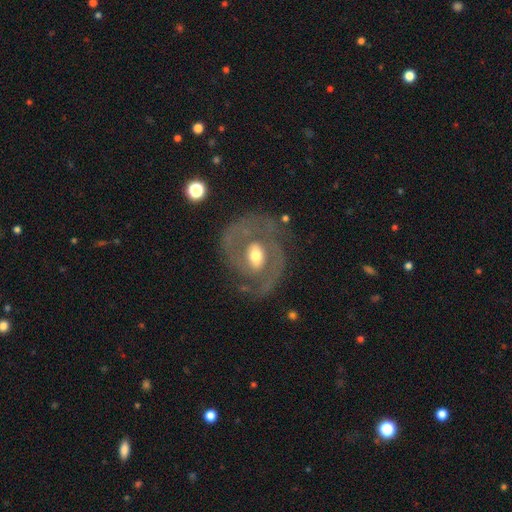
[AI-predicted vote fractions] A featured or disk galaxy (82%) with a weak bar (41%), 2 (76%) medium (44%) spiral arms (79%) and a moderate central bulge (68%). Merging: none (69%).